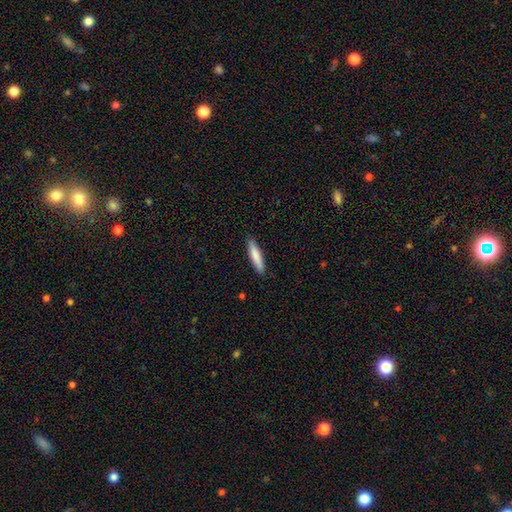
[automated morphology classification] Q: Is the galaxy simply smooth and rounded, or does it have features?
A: smooth — 84%.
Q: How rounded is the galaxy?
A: cigar-shaped — 83%.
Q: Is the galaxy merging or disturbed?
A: none — 89%.